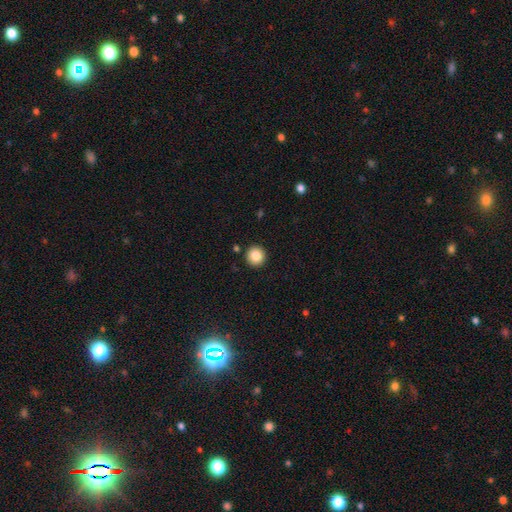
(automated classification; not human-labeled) Smooth or featured: smooth — 85% (star or artifact — 9%)
How rounded: round — 96% (in between — 3%)
Merging: none — 92% (minor disturbance — 5%)